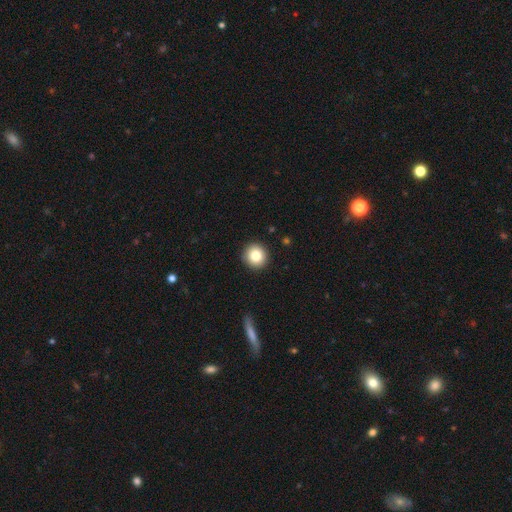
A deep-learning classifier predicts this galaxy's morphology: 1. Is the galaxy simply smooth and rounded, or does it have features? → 83% smooth, 9% star or artifact, 8% featured or disk.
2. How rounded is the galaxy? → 94% round, 5% in between, 1% cigar-shaped.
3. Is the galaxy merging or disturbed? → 92% none, 5% minor disturbance, 2% major disturbance, 1% merger.